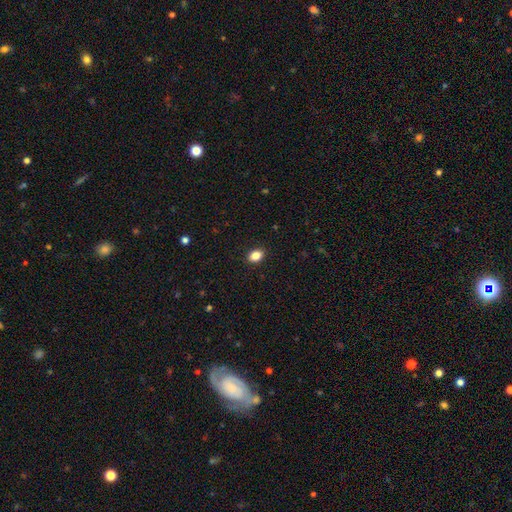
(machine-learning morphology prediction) Smooth or featured: smooth — 85% (star or artifact — 10%)
How rounded: in between — 73% (round — 25%)
Merging: none — 90% (minor disturbance — 7%)